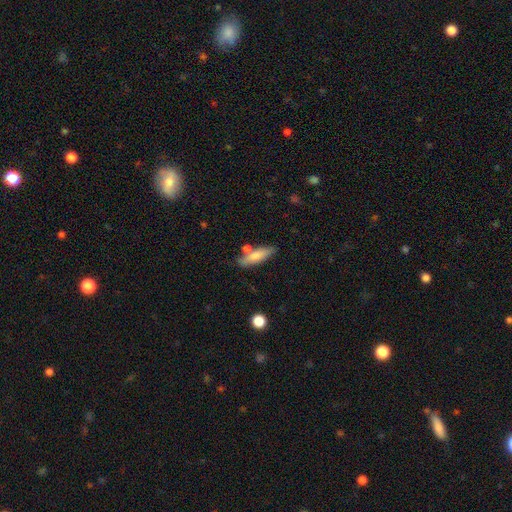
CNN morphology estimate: A smooth galaxy with no disk features (74%) that is cigar-shaped (63%). Merging: none (70%).